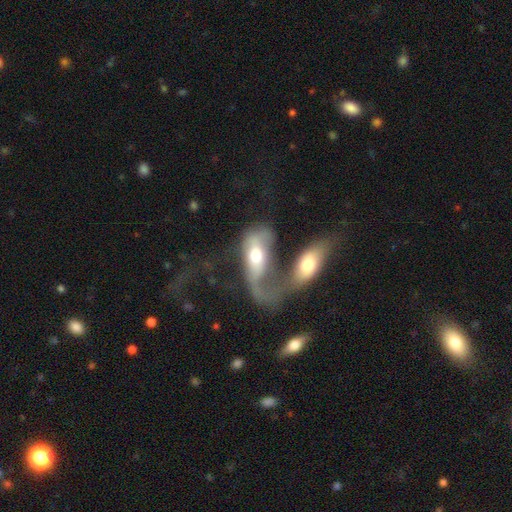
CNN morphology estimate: This appears to be a smooth galaxy with no disk features (49%). Merging: merger (61%).